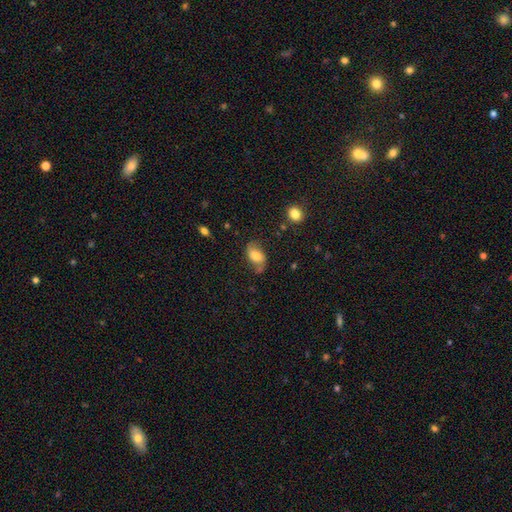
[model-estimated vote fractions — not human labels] smooth 49%, featured or disk 42%, star or artifact 9%. Down the decision tree: merging — none (61%).